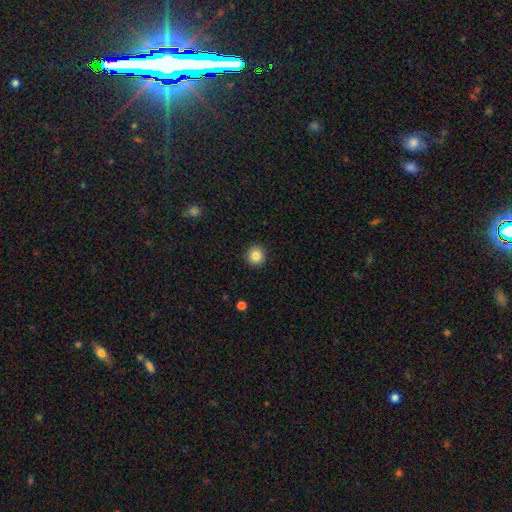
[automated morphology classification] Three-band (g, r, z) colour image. It shows a smooth galaxy with no disk features (85%) that is round (94%). Merging: none (92%).